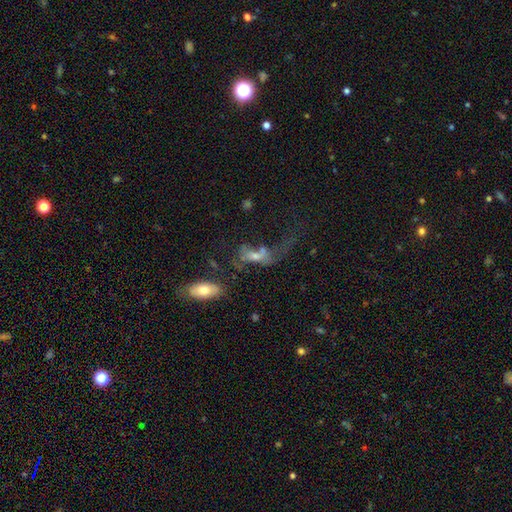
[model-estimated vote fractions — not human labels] Smooth or featured? Predicted: featured or disk (p=0.43). Merging? Predicted: major disturbance (p=0.40).